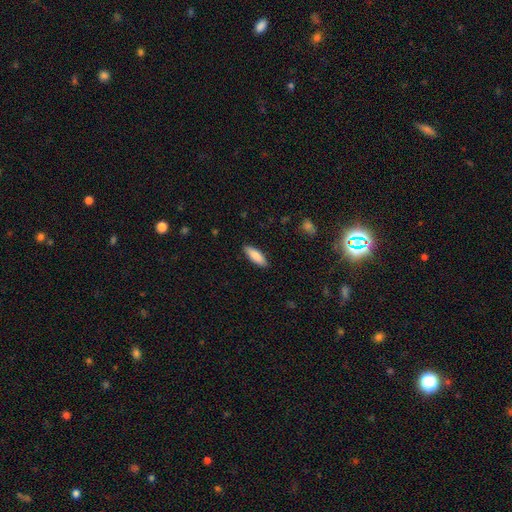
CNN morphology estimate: The model was most divided on "how rounded": in between: 57%, cigar-shaped: 42%, round: 2%. More confident: merging — none (88%); smooth or featured — smooth (86%).